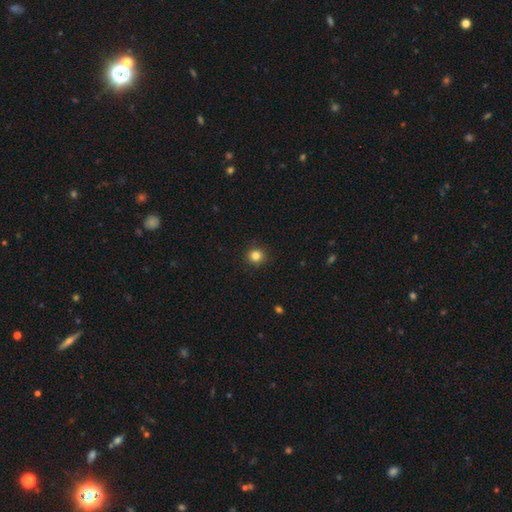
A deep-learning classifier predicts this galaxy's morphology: Smooth or featured? Predicted: smooth (p=0.84). How rounded? Predicted: round (p=0.92). Merging? Predicted: none (p=0.92).